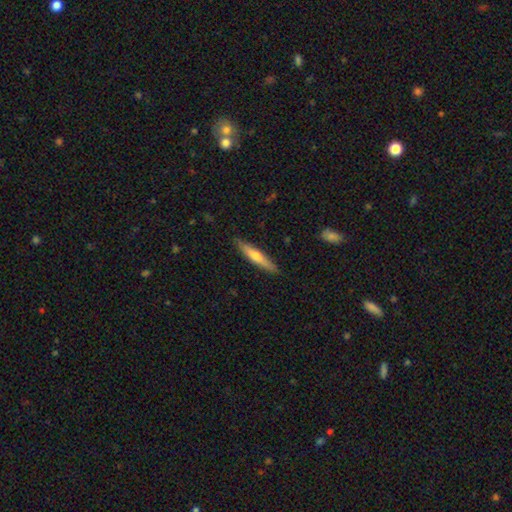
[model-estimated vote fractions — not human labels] Smooth or featured?
  - smooth: 51% *
  - featured or disk: 43%
  - star or artifact: 6%
How rounded?
  - cigar-shaped: 88% *
  - in between: 10%
  - round: 2%
Merging?
  - none: 89% *
  - minor disturbance: 8%
  - major disturbance: 2%
  - merger: 1%